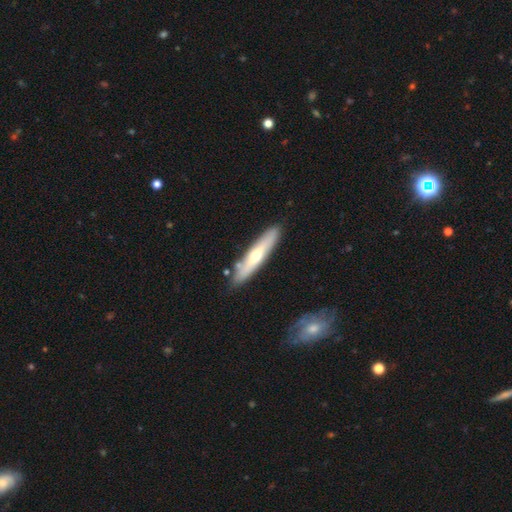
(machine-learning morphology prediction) Smooth or featured: featured or disk — 49% (smooth — 46%)
Merging: none — 84% (minor disturbance — 10%)